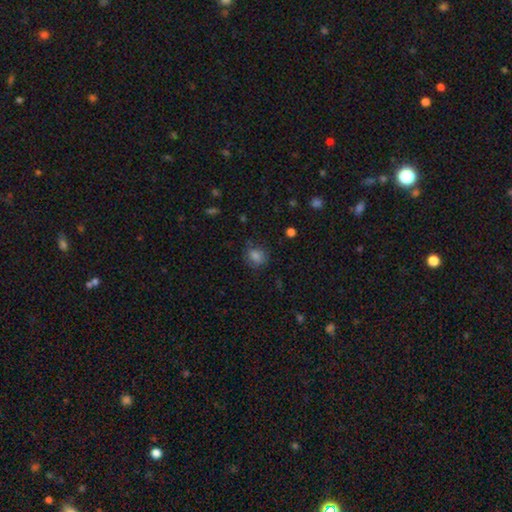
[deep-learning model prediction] A smooth galaxy with no disk features (77%) that is round (68%).

Vote fractions:
- Smooth or featured? smooth: 77% / star or artifact: 15% / featured or disk: 8%
- How rounded? round: 68% / in between: 31% / cigar-shaped: 1%
- Merging? none: 75% / minor disturbance: 18% / major disturbance: 6% / merger: 2%